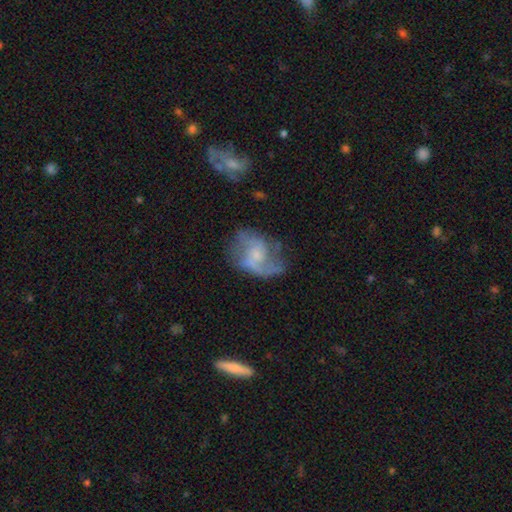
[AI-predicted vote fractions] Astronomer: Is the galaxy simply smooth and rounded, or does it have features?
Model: featured or disk — 76%.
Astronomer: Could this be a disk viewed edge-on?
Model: no — 97%.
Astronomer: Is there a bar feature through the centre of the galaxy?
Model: no — 61%.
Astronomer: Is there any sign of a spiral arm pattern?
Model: yes — 87%.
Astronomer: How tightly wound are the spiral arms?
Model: loose — 46% (runner-up: medium, 41%).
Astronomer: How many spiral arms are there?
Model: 2 — 70%.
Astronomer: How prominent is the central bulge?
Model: small — 61%.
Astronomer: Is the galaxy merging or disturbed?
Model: none — 51%.